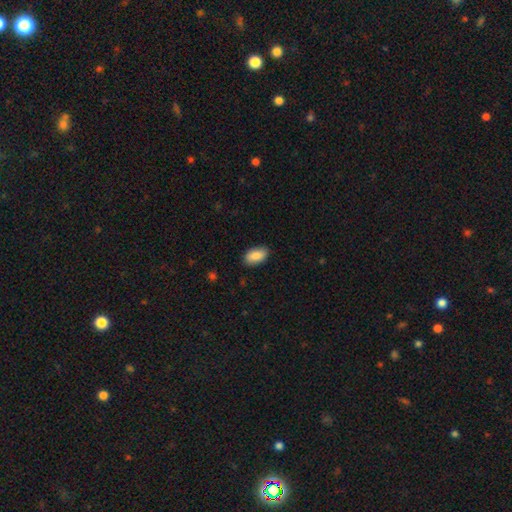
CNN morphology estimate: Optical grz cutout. It shows a smooth galaxy with no disk features (87%) that is in between round and cigar-shaped (94%). Merging: none (87%).